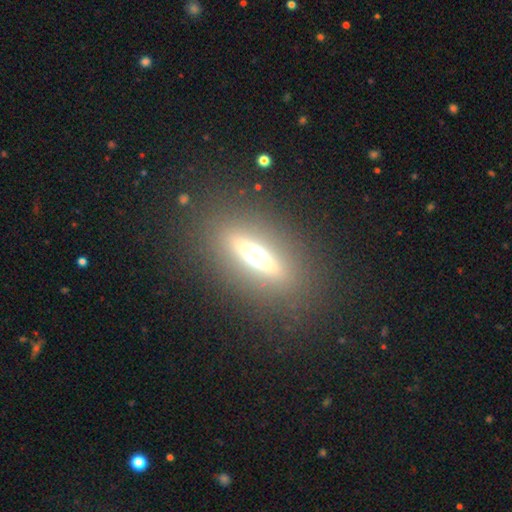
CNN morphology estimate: A featured or disk galaxy (57%) viewed edge-on (84%).

Vote fractions:
- Smooth or featured? featured or disk: 57% / smooth: 31% / star or artifact: 13%
- Edge-on disk? yes: 84% / no: 16%
- Merging? none: 85% / minor disturbance: 8% / major disturbance: 5% / merger: 1%